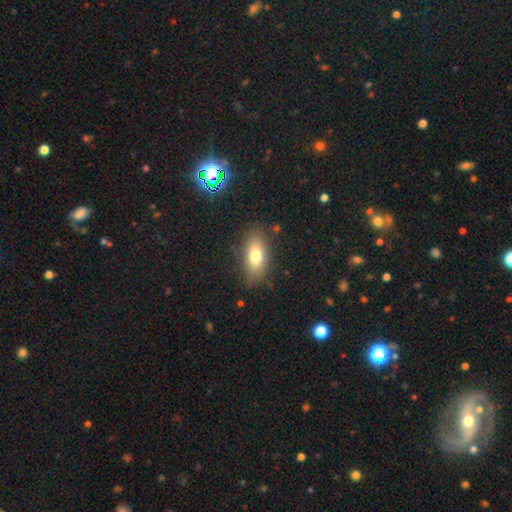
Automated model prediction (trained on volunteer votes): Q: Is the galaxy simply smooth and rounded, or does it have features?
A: smooth — 75%.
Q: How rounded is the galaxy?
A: in between — 84%.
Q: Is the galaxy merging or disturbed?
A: none — 82%.